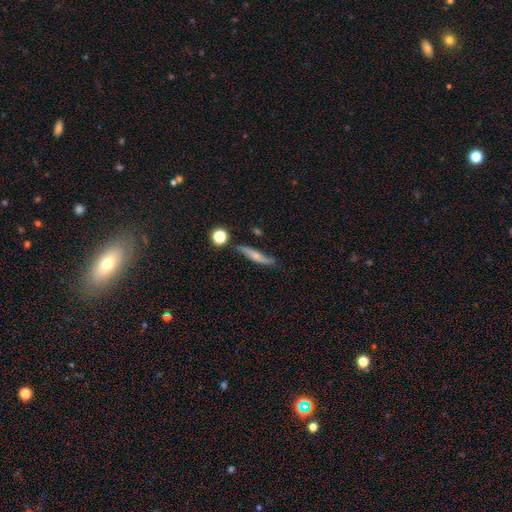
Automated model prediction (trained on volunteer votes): smooth_or_featured: smooth (p=0.50) [alt: featured or disk p=0.42]
merging: none (p=0.66) [alt: minor disturbance p=0.22]